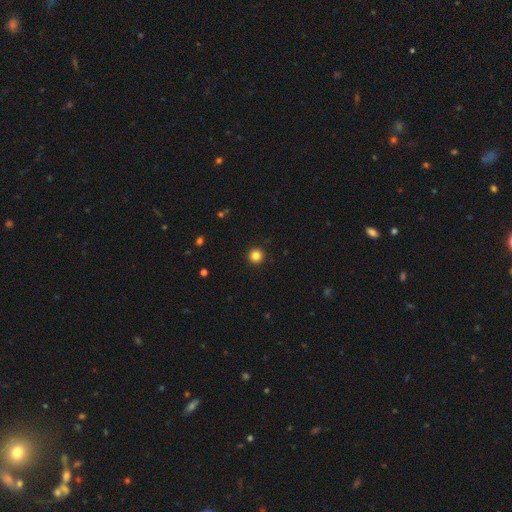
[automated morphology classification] smooth-or-featured: smooth: 84% | star or artifact: 12% | featured or disk: 4%
  how-rounded: round: 97% | in between: 3% | cigar-shaped: 1%
  merging: none: 94% | minor disturbance: 4% | major disturbance: 2% | merger: 1%